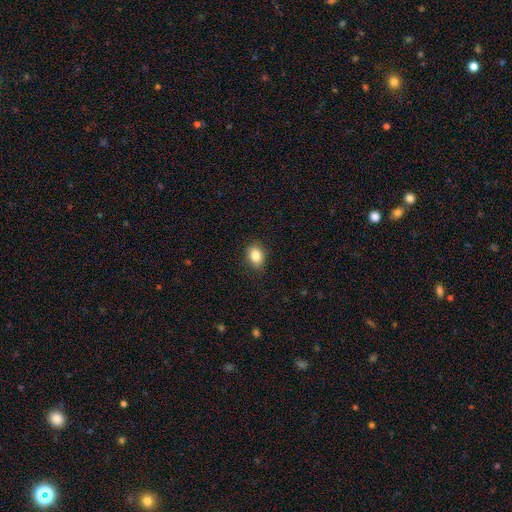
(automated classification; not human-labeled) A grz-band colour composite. It shows a smooth galaxy with no disk features (85%) that is in between round and cigar-shaped (67%). Merging: none (85%).